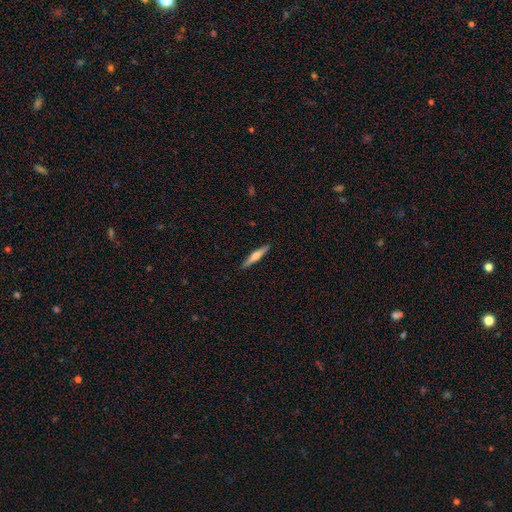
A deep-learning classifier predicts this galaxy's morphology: This appears to be a featured or disk galaxy (48%). Merging: none (91%).